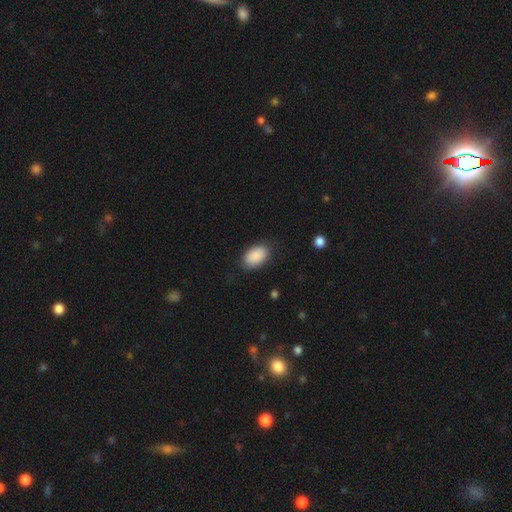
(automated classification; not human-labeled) This appears to be a smooth galaxy with no disk features (89%) that is in between round and cigar-shaped (92%). Merging: none (82%).